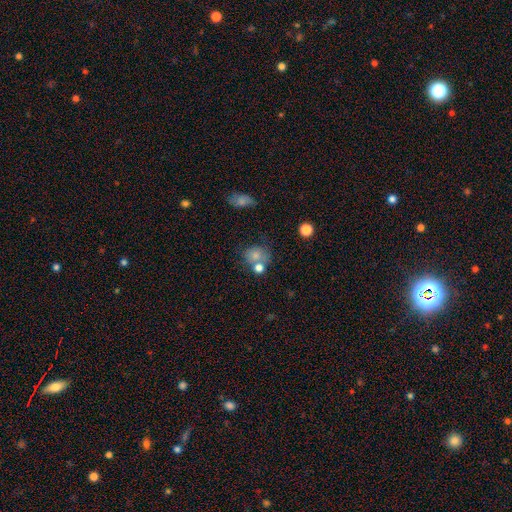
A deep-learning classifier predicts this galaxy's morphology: smooth_or_featured: smooth (p=0.72) [alt: featured or disk p=0.17]
how_rounded: round (p=0.72) [alt: in between p=0.27]
merging: none (p=0.46) [alt: merger p=0.28]